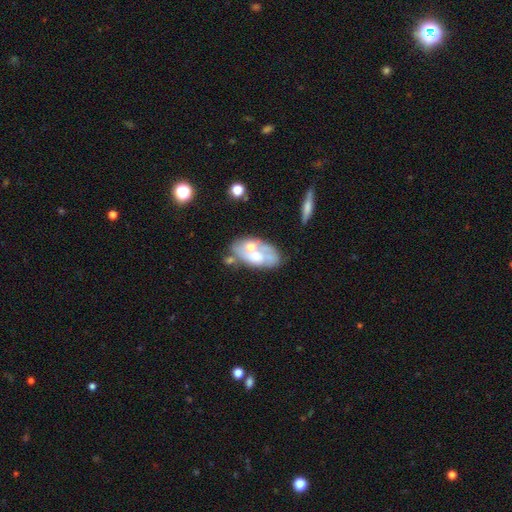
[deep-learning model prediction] Q: Smooth or featured?
A: featured or disk (56%); runner-up: smooth (36%)
Q: Edge-on disk?
A: no (92%); runner-up: yes (8%)
Q: Bar?
A: no (81%); runner-up: weak (16%)
Q: Spiral arms?
A: no (66%); runner-up: yes (34%)
Q: Bulge size?
A: moderate (56%); runner-up: small (28%)
Q: Merging?
A: none (38%); runner-up: merger (29%)